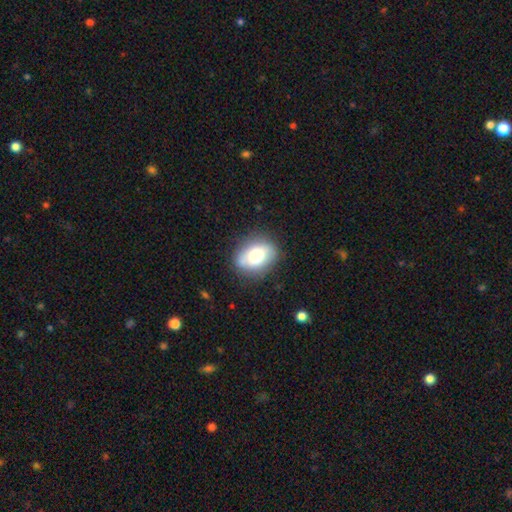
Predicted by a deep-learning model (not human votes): This is likely a smooth galaxy (70%). How rounded: likely in between (69%). Merging: clearly none (80%).